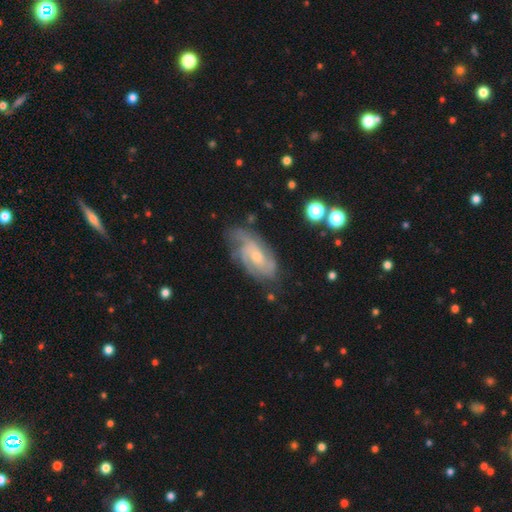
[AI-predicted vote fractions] Smooth or featured? Predicted: featured or disk (p=0.83). Edge-on disk? Predicted: no (p=0.95). Bar? Predicted: no (p=0.64). Spiral arms? Predicted: yes (p=0.95). Spiral winding? Predicted: tight (p=0.52). Spiral arm count? Predicted: 3 (p=0.28). Bulge size? Predicted: small (p=0.56). Merging? Predicted: none (p=0.65).